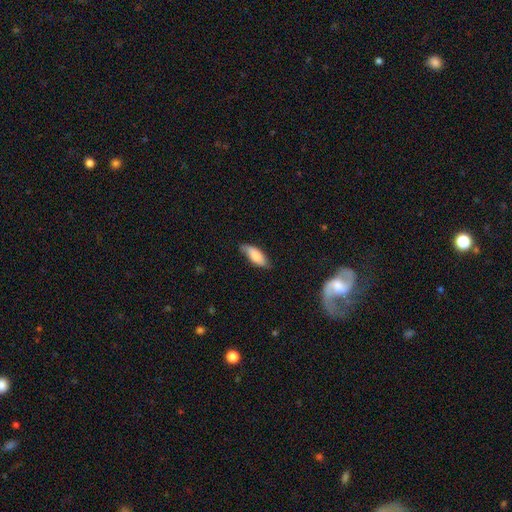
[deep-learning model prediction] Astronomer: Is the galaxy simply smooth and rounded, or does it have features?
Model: smooth — 76%.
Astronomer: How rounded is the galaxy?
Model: in between — 71%.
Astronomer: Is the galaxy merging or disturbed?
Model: none — 72%.